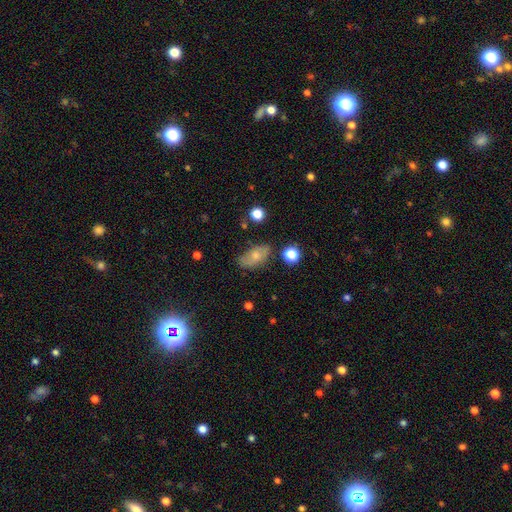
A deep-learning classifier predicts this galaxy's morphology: smooth_or_featured: smooth (p=0.66) [alt: featured or disk p=0.24]
how_rounded: in between (p=0.88) [alt: round p=0.07]
merging: none (p=0.66) [alt: minor disturbance p=0.24]